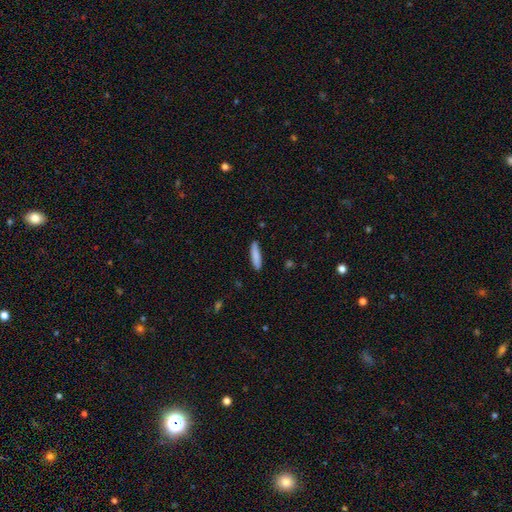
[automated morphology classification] A smooth galaxy with no disk features (85%) that is cigar-shaped (74%).

Vote fractions:
- Smooth or featured? smooth: 85% / featured or disk: 9% / star or artifact: 6%
- How rounded? cigar-shaped: 74% / in between: 24% / round: 1%
- Merging? none: 86% / minor disturbance: 11% / major disturbance: 2% / merger: 1%